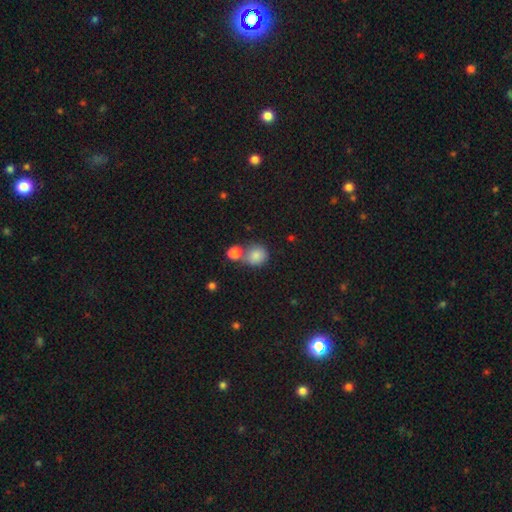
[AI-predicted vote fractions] A smooth galaxy with no disk features (84%) that is round (80%). Merging: none (48%).